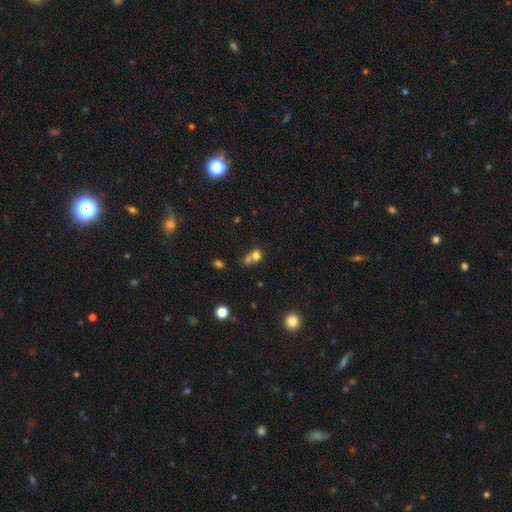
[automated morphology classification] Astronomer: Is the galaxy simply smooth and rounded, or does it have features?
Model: smooth — 72%.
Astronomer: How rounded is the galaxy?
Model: round — 79%.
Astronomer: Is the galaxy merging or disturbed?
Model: merger — 53% (runner-up: none, 36%).